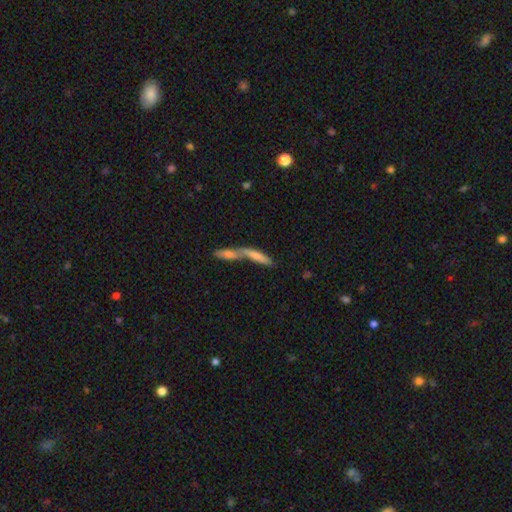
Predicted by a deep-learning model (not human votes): Overall: smooth (62%; featured or disk 27%). How rounded: cigar-shaped (77%). Merging: merger (68%).